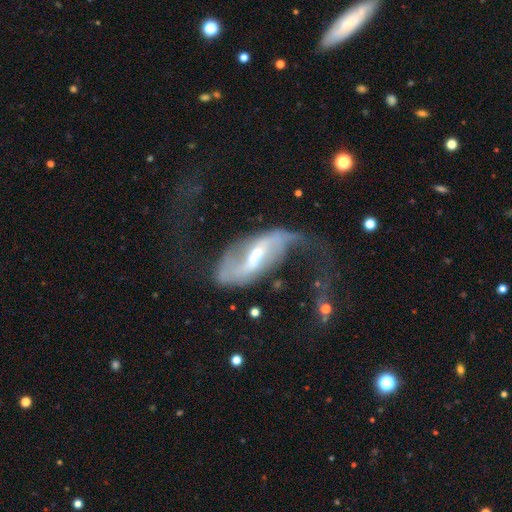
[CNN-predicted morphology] Smooth or featured?
  - featured or disk: 78% *
  - smooth: 15%
  - star or artifact: 7%
Edge-on disk?
  - no: 91% *
  - yes: 9%
Bar?
  - weak: 44% *
  - strong: 43%
  - no: 13%
Spiral arms?
  - yes: 81% *
  - no: 19%
Spiral winding?
  - loose: 78% *
  - medium: 17%
  - tight: 6%
Spiral arm count?
  - 2: 79% *
  - can't tell: 9%
  - 1: 8%
  - 3: 1%
  - 4: 1%
  - more than 4: 1%
Bulge size?
  - moderate: 59% *
  - small: 29%
  - large: 8%
  - none: 3%
  - dominant: 1%
Merging?
  - major disturbance: 48% *
  - none: 26%
  - minor disturbance: 19%
  - merger: 7%